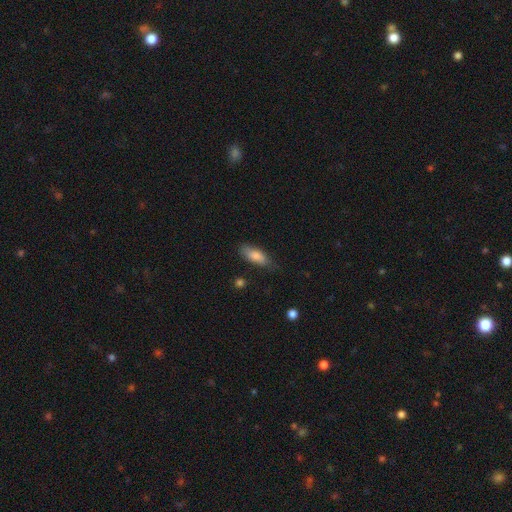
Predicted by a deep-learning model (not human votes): The model was most divided on "how rounded": in between: 74%, cigar-shaped: 24%, round: 2%. More confident: smooth or featured — smooth (81%); merging — none (74%).